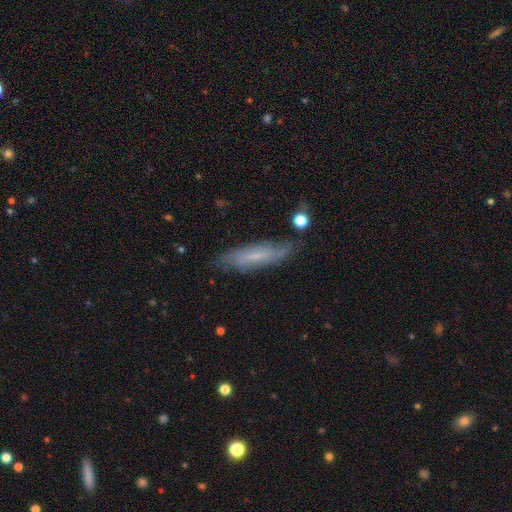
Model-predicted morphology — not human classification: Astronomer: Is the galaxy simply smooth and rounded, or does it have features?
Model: featured or disk — 50% (runner-up: smooth, 42%).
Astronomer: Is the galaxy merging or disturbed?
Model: none — 75%.